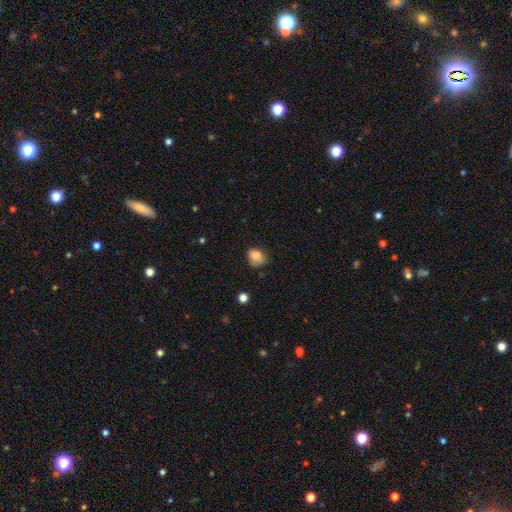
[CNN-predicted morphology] Smooth or featured? smooth (78%)
How rounded? round (58%)
Merging? none (62%)